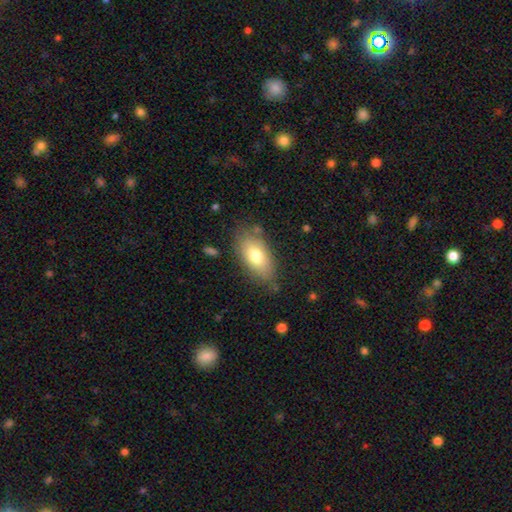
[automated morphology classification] Overall: smooth (74%). How rounded: in between (90%). Merging: none (73%).